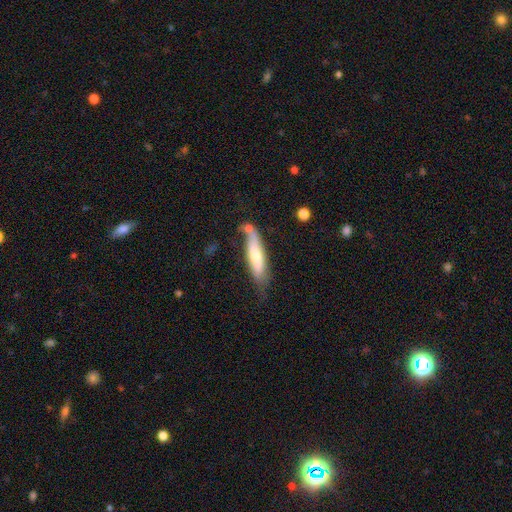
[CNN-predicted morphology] Q: Smooth or featured?
A: smooth (63%); runner-up: featured or disk (32%)
Q: How rounded?
A: cigar-shaped (69%); runner-up: in between (29%)
Q: Merging?
A: none (48%); runner-up: minor disturbance (25%)